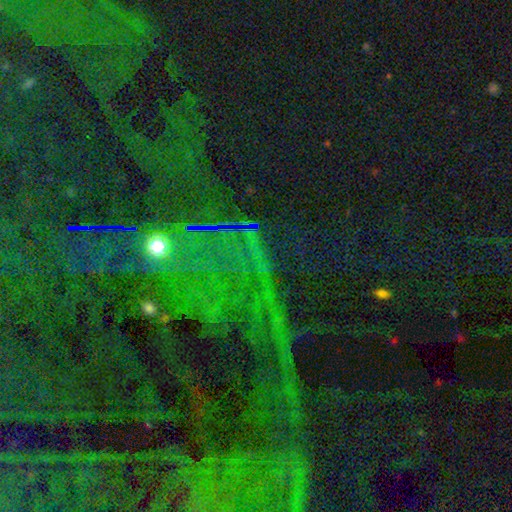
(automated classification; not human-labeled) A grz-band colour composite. It shows a star or artifact, not a galaxy (84%).